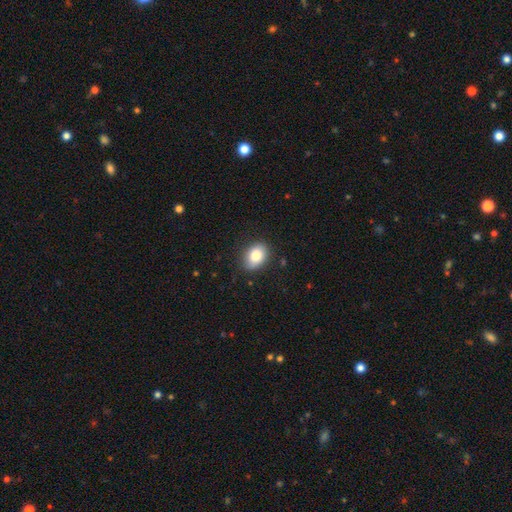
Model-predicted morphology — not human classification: smooth 84%, featured or disk 9%, star or artifact 8%. Down the decision tree: how rounded — in between (75%); merging — none (82%).